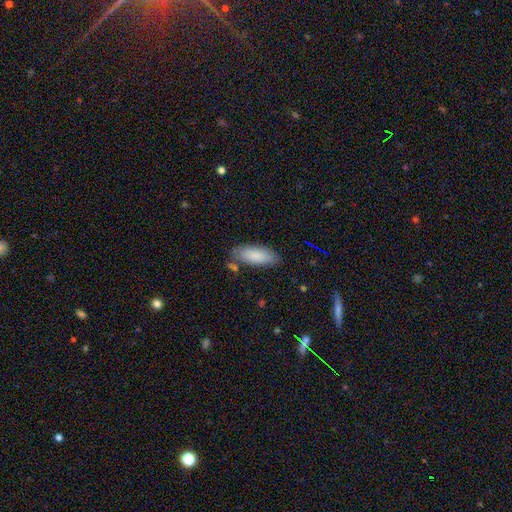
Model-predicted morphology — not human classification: Smooth or featured: smooth — 85% (featured or disk — 9%)
How rounded: in between — 78% (cigar-shaped — 20%)
Merging: none — 76% (minor disturbance — 16%)